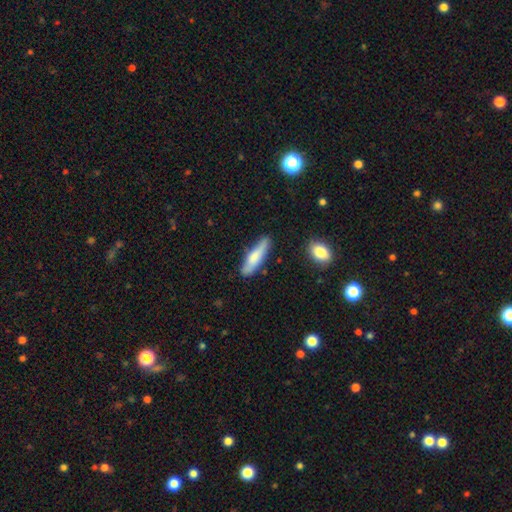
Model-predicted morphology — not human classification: Smooth or featured?
  - smooth: 70% *
  - featured or disk: 24%
  - star or artifact: 6%
How rounded?
  - cigar-shaped: 75% *
  - in between: 23%
  - round: 2%
Merging?
  - none: 79% *
  - minor disturbance: 16%
  - major disturbance: 3%
  - merger: 2%